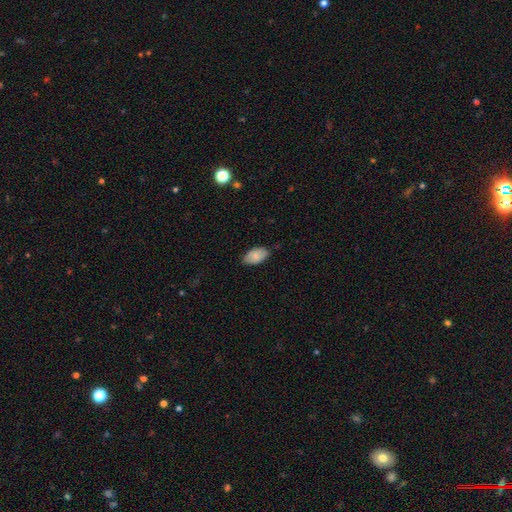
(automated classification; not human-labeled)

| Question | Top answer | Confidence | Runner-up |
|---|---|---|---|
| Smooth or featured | smooth | 81% | featured or disk (12%) |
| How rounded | in between | 95% | round (4%) |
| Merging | none | 78% | minor disturbance (18%) |